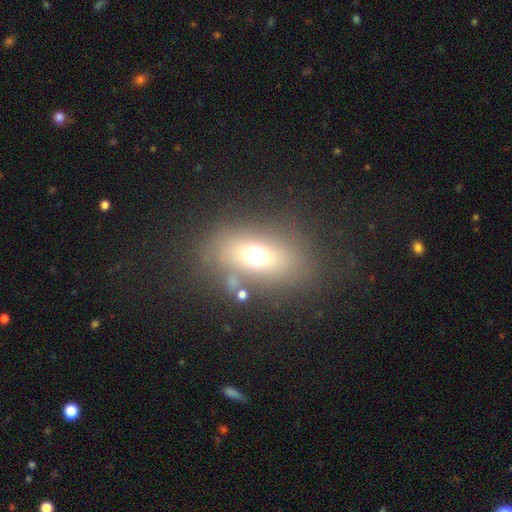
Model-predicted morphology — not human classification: A smooth galaxy with no disk features (63%) that is in between round and cigar-shaped (73%). Merging: none (74%).